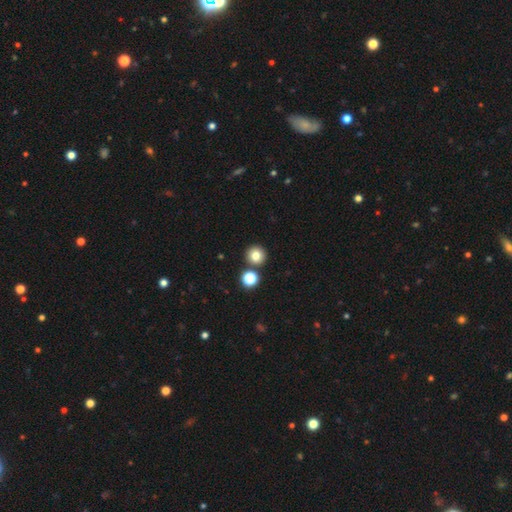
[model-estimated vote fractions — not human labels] smooth 80%, star or artifact 13%, featured or disk 7%. Down the decision tree: how rounded — round (93%); merging — none (82%).